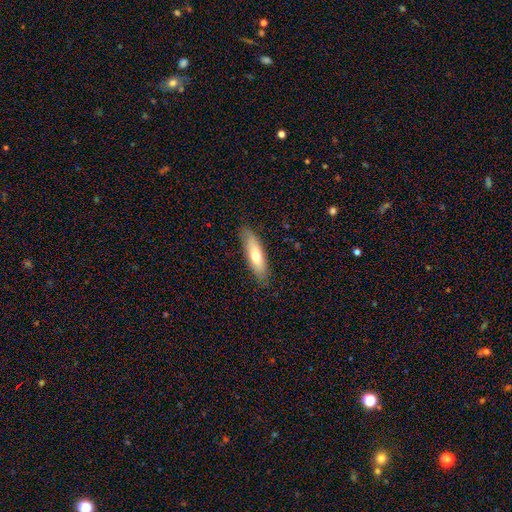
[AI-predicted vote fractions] The model was most divided on "how rounded": cigar-shaped: 64%, in between: 34%, round: 2%. More confident: merging — none (84%); smooth or featured — smooth (67%).